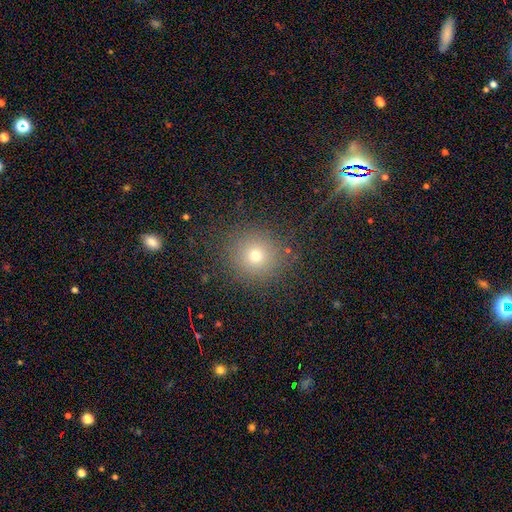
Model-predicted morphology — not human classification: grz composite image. It shows a smooth galaxy with no disk features (69%) that is round (93%). Merging: none (85%).